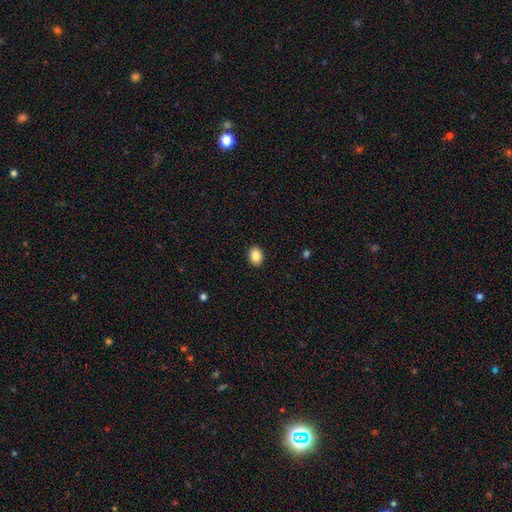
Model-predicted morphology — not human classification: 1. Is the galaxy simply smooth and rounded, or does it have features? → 86% smooth, 9% star or artifact, 5% featured or disk.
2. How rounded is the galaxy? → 66% in between, 33% round, 1% cigar-shaped.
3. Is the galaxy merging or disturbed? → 91% none, 6% minor disturbance, 2% major disturbance, 1% merger.